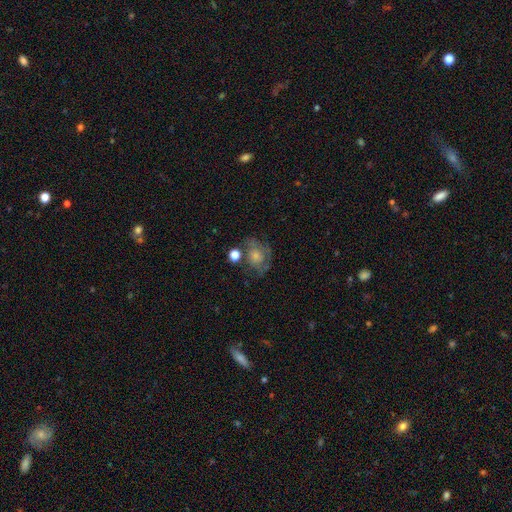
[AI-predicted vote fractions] Overall: featured or disk (48%; smooth 34%). Merging: none (61%).